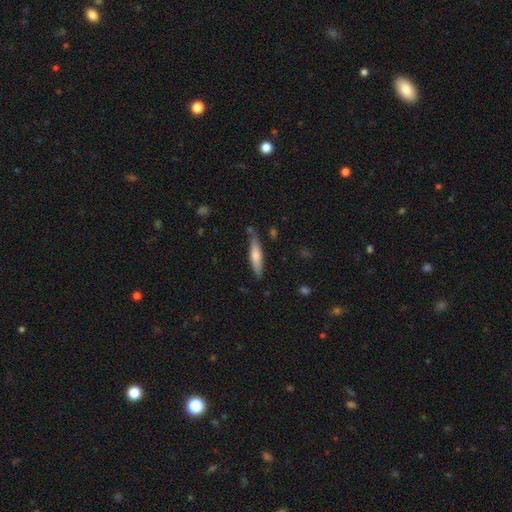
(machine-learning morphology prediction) Overall: smooth (68%). How rounded: cigar-shaped (80%). Merging: none (76%).